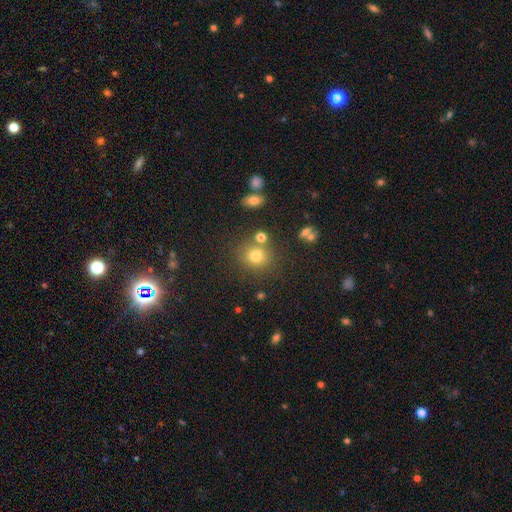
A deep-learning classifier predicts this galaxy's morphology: smooth_or_featured: smooth (p=0.73) [alt: star or artifact p=0.18]
how_rounded: round (p=0.85) [alt: in between p=0.14]
merging: none (p=0.70) [alt: merger p=0.15]